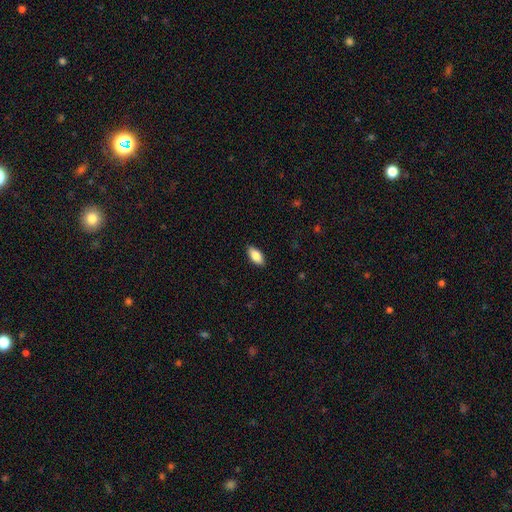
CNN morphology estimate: Q: Smooth or featured?
A: smooth (84%); runner-up: featured or disk (10%)
Q: How rounded?
A: in between (88%); runner-up: cigar-shaped (10%)
Q: Merging?
A: none (88%); runner-up: minor disturbance (9%)